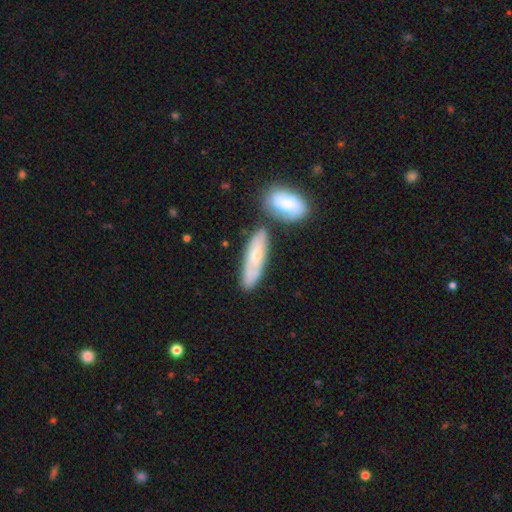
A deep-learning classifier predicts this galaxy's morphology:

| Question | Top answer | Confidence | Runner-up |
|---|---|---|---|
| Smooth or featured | smooth | 54% | featured or disk (40%) |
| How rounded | cigar-shaped | 54% | in between (44%) |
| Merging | none | 61% | merger (17%) |